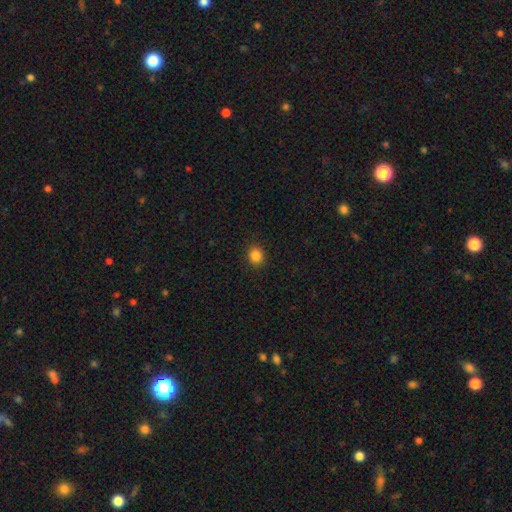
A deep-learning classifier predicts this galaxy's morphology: smooth 85%, star or artifact 11%, featured or disk 3%. Down the decision tree: how rounded — round (73%); merging — none (91%).